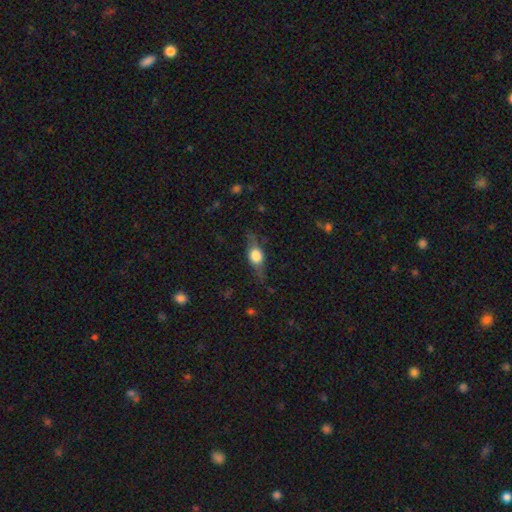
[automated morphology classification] This appears to be a smooth galaxy with no disk features (49%). Merging: none (71%).